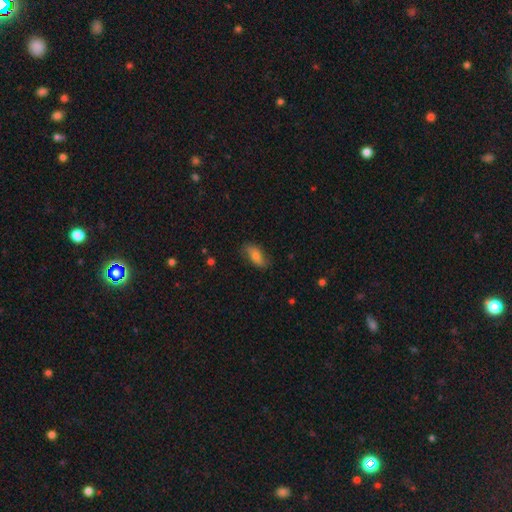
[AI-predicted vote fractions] This appears to be a smooth galaxy with no disk features (70%) that is in between round and cigar-shaped (84%). Merging: none (77%).